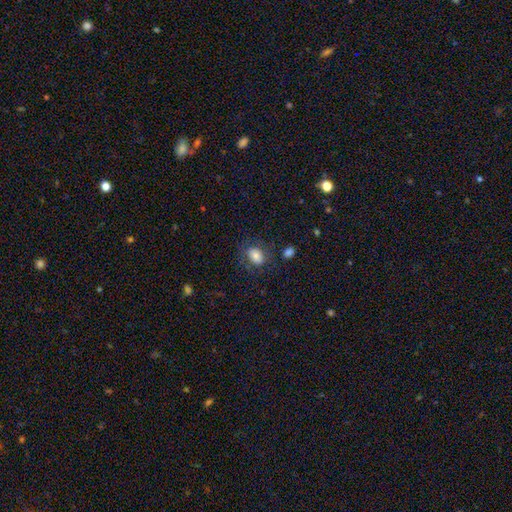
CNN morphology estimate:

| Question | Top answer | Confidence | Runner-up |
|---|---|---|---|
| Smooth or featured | smooth | 79% | featured or disk (12%) |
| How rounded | in between | 74% | round (24%) |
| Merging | none | 70% | minor disturbance (17%) |